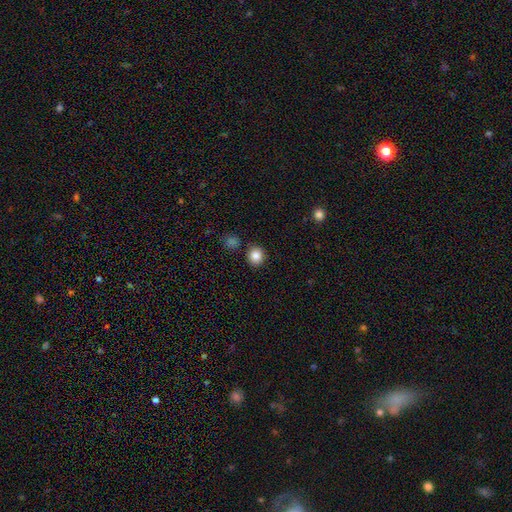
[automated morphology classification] smooth-or-featured: smooth: 86% | star or artifact: 10% | featured or disk: 5%
  how-rounded: round: 86% | in between: 13% | cigar-shaped: 1%
  merging: none: 87% | minor disturbance: 7% | merger: 4% | major disturbance: 2%